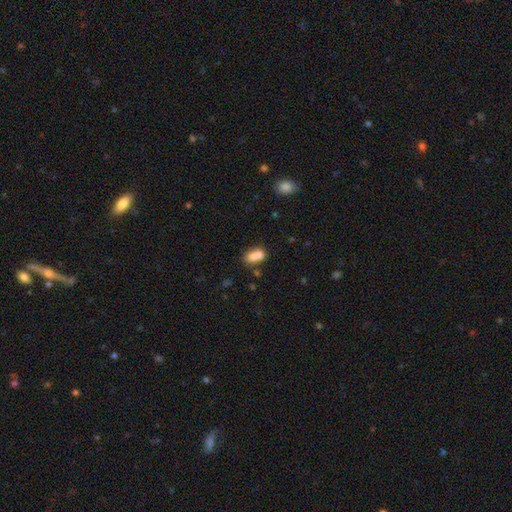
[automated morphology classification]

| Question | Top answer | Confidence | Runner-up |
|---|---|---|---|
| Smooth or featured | smooth | 73% | featured or disk (17%) |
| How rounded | in between | 67% | round (30%) |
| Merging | merger | 56% | none (29%) |